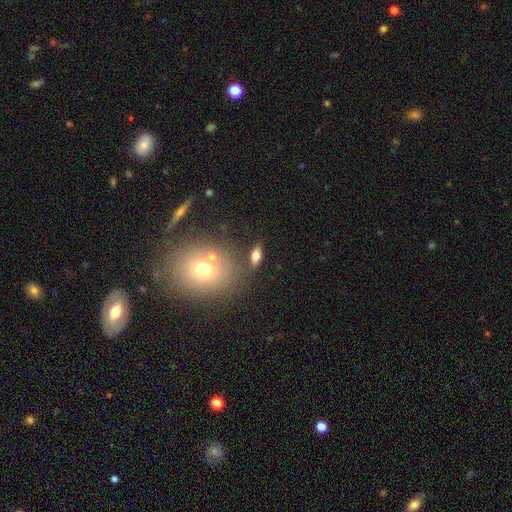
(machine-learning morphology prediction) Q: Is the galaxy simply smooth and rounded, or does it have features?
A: smooth — 67%.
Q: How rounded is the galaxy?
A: in between — 74%.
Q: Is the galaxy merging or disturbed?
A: none — 73%.